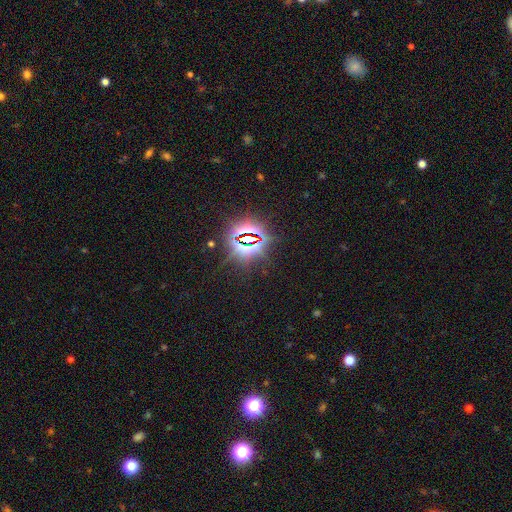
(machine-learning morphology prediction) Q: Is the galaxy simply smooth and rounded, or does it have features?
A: star or artifact — 81%.